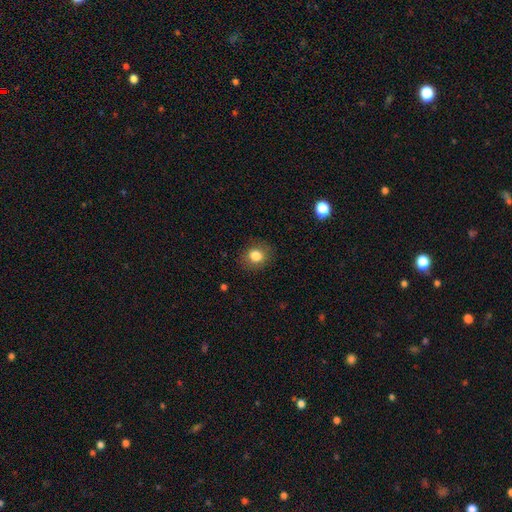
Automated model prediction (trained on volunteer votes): Overall: smooth (82%). How rounded: round (68%; in between 31%). Merging: none (85%).